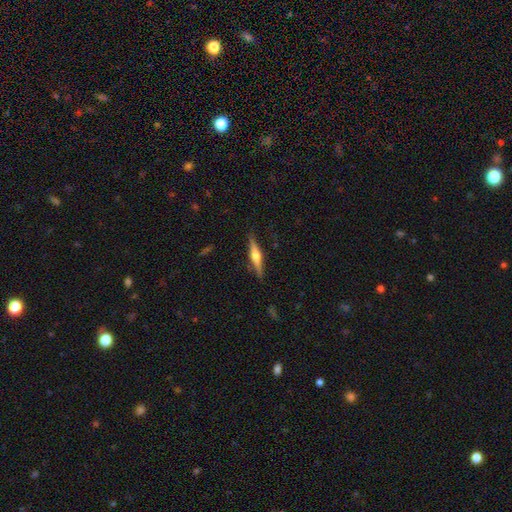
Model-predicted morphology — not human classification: Smooth or featured? featured or disk (67%)
Edge-on disk? yes (97%)
Edge-on bulge? rounded (91%)
Merging? none (88%)